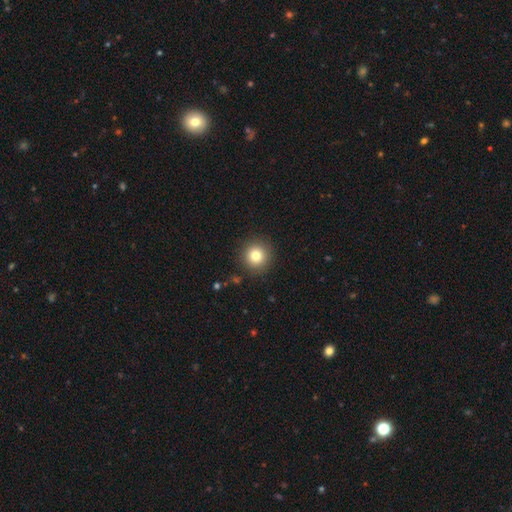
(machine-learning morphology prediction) Smooth or featured? smooth (81%)
How rounded? round (95%)
Merging? none (91%)